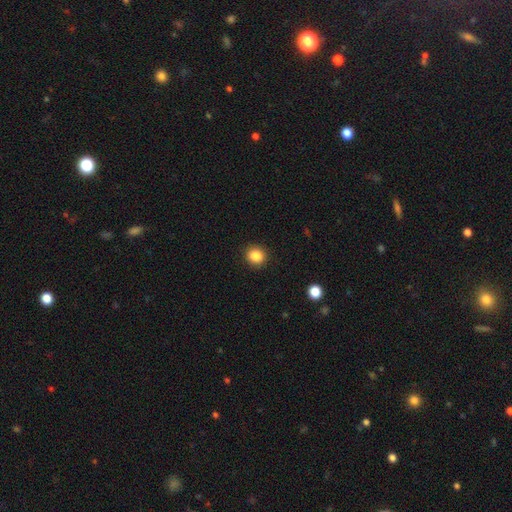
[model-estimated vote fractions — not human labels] This is clearly a smooth galaxy (86%). How rounded: clearly round (84%). Merging: clearly none (91%).